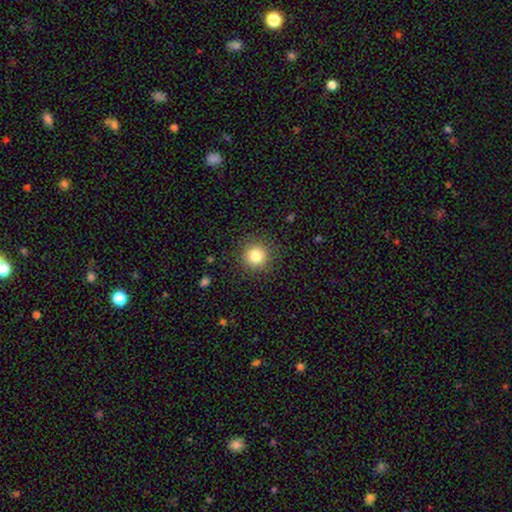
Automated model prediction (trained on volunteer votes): smooth_or_featured: smooth (p=0.82) [alt: star or artifact p=0.12]
how_rounded: round (p=0.95) [alt: in between p=0.04]
merging: none (p=0.89) [alt: minor disturbance p=0.07]